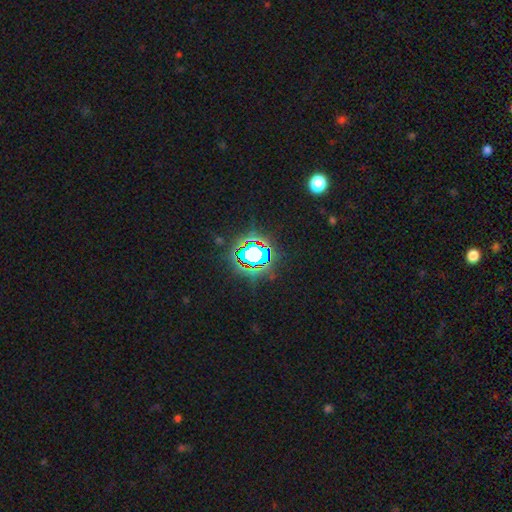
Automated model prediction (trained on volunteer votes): Overall: star or artifact (65%).